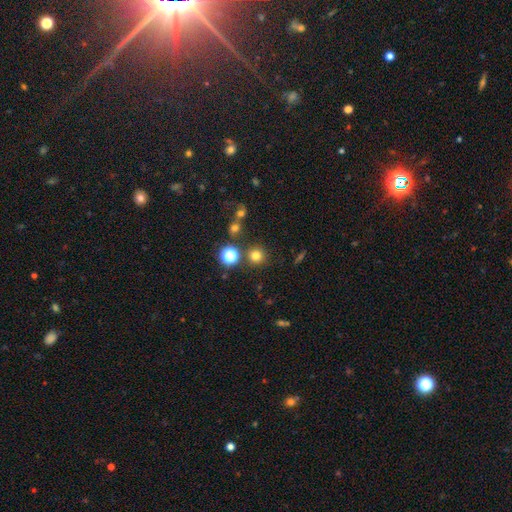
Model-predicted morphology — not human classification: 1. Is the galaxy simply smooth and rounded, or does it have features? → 75% smooth, 19% star or artifact, 6% featured or disk.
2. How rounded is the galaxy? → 94% round, 5% in between, 1% cigar-shaped.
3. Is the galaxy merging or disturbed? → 83% none, 7% minor disturbance, 7% merger, 3% major disturbance.